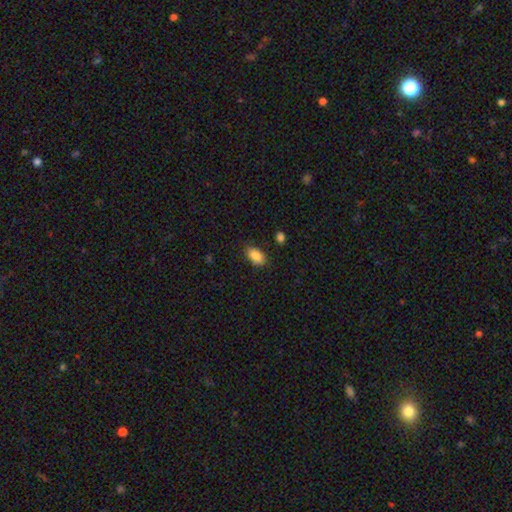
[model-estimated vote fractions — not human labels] Q: Smooth or featured?
A: smooth (88%); runner-up: star or artifact (7%)
Q: How rounded?
A: in between (92%); runner-up: round (6%)
Q: Merging?
A: none (83%); runner-up: minor disturbance (13%)